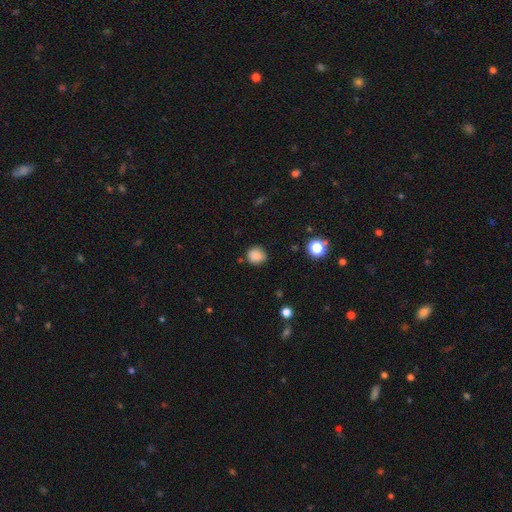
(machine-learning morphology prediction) smooth 85%, star or artifact 11%, featured or disk 4%. Down the decision tree: how rounded — round (84%); merging — none (80%).